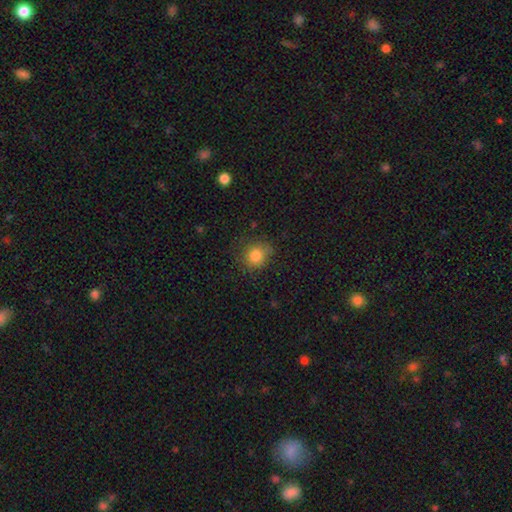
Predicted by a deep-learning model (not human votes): This appears to be a smooth galaxy with no disk features (83%) that is round (81%). Merging: none (77%).